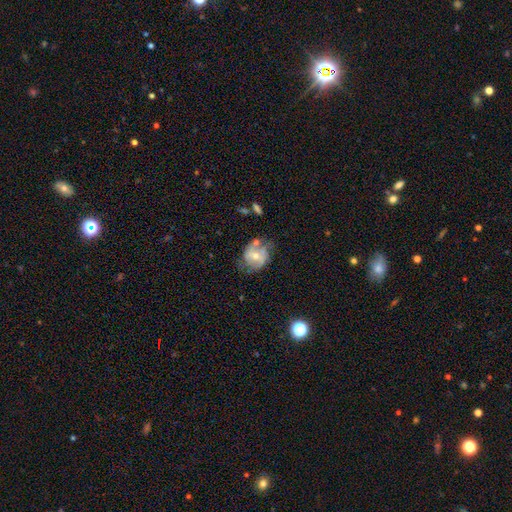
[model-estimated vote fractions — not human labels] smooth_or_featured: featured or disk (p=0.61) [alt: smooth p=0.31]
disk_edge_on: no (p=0.97) [alt: yes p=0.03]
bar: weak (p=0.43) [alt: no p=0.41]
has_spiral_arms: yes (p=0.75) [alt: no p=0.25]
bulge_size: moderate (p=0.51) [alt: small p=0.43]
merging: none (p=0.49) [alt: minor disturbance p=0.27]